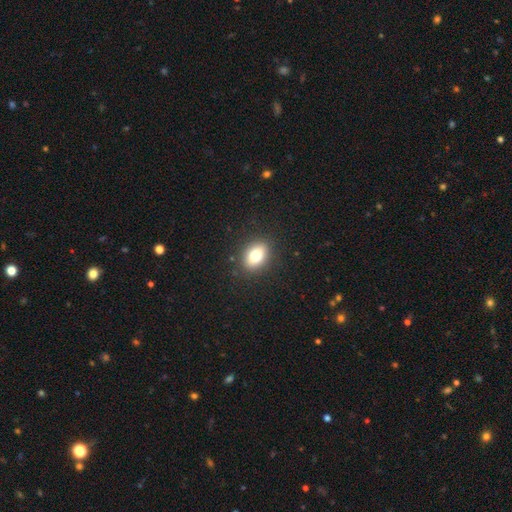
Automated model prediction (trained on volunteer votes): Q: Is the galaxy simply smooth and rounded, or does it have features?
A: smooth — 77%.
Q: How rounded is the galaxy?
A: in between — 75%.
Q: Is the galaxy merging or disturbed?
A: none — 88%.